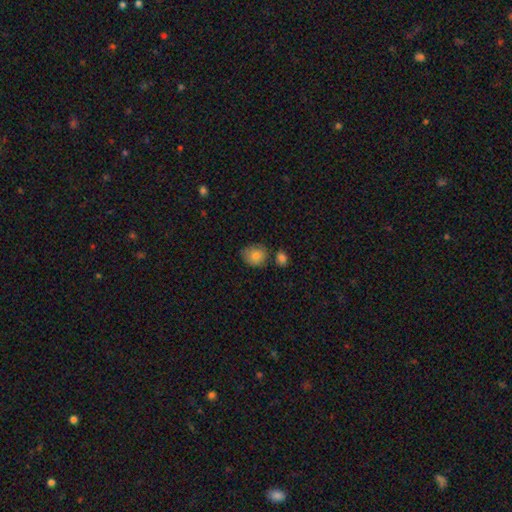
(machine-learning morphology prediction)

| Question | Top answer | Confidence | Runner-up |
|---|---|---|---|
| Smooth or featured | smooth | 81% | featured or disk (10%) |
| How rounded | round | 70% | in between (29%) |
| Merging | none | 64% | minor disturbance (21%) |